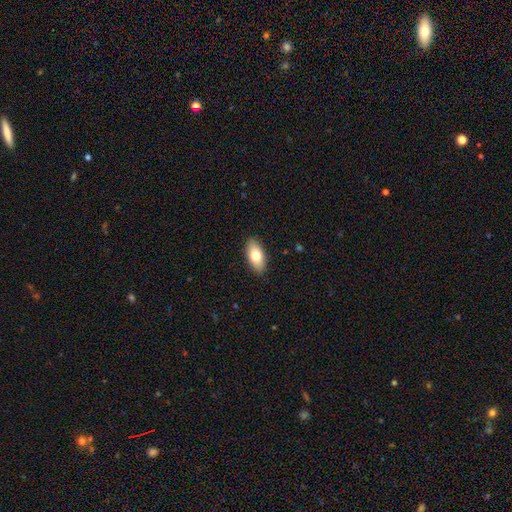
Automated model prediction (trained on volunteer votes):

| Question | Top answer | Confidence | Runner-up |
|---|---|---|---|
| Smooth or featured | smooth | 77% | featured or disk (16%) |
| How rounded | in between | 91% | cigar-shaped (6%) |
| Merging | none | 89% | minor disturbance (8%) |